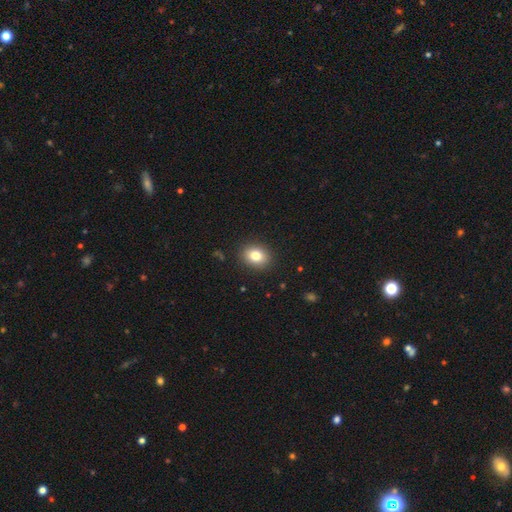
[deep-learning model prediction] Morphology: type=smooth (81%); roundness=in between (50%); merging=none (90%).